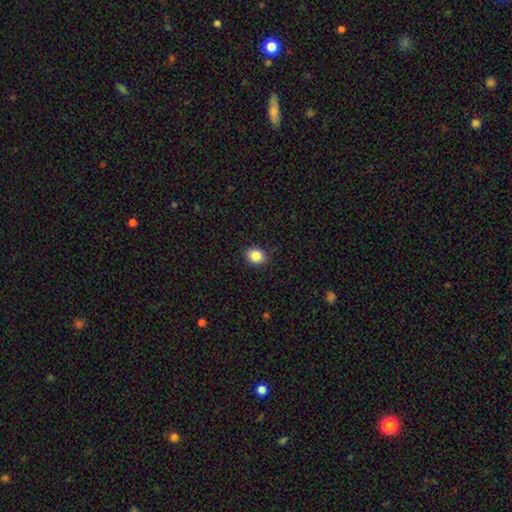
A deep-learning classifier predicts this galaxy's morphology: This is clearly a smooth galaxy (86%). How rounded: possibly round (57%). Merging: clearly none (88%).